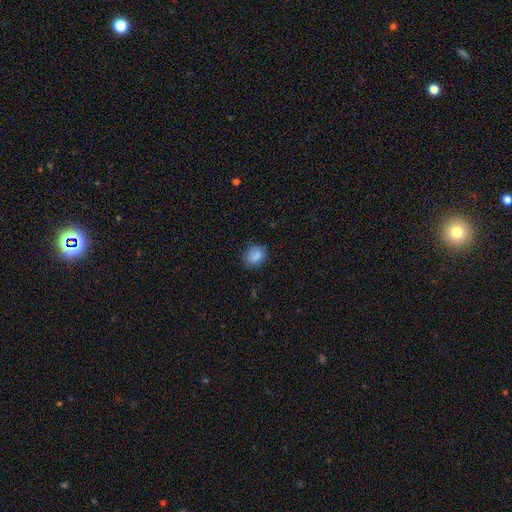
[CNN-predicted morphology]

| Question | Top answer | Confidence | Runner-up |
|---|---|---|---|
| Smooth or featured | smooth | 87% | star or artifact (9%) |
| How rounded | in between | 50% | round (48%) |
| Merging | none | 81% | minor disturbance (15%) |